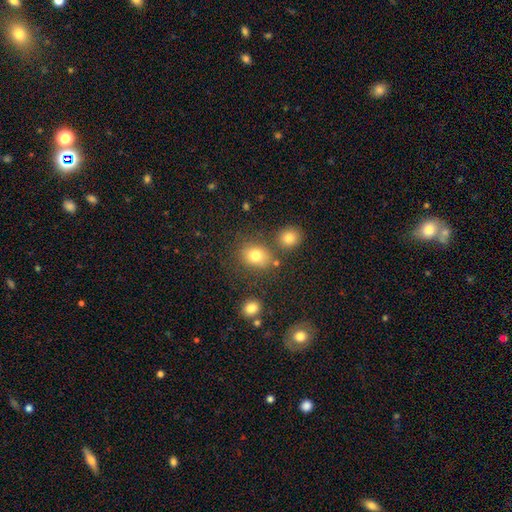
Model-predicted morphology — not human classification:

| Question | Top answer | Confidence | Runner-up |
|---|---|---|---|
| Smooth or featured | smooth | 79% | star or artifact (13%) |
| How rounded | round | 50% | in between (49%) |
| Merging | none | 69% | minor disturbance (13%) |